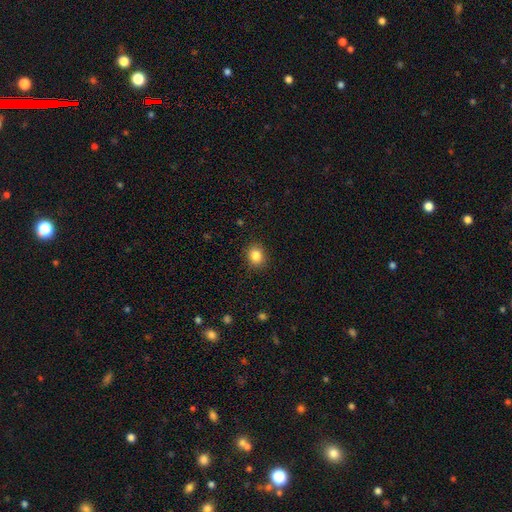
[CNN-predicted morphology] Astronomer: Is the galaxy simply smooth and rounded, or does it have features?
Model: smooth — 85%.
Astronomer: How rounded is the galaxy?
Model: round — 71%.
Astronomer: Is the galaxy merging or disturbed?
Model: none — 89%.